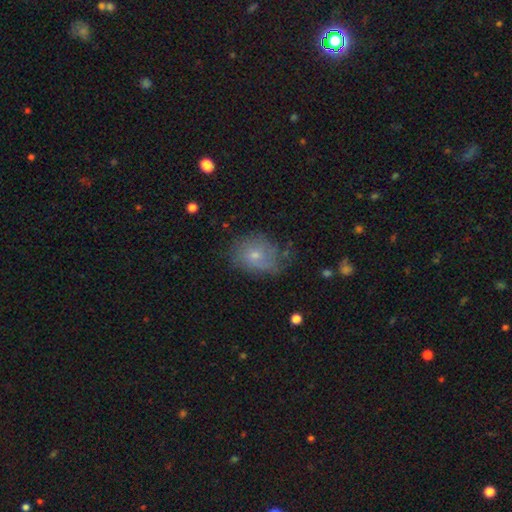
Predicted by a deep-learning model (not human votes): This appears to be a smooth galaxy with no disk features (60%) that is in between round and cigar-shaped (50%). Merging: none (54%).